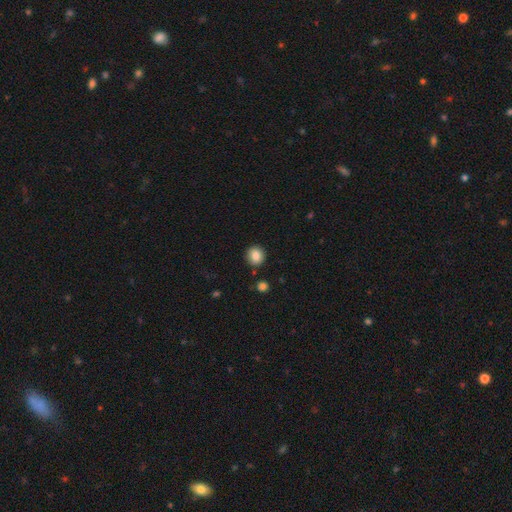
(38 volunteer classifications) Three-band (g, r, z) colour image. It shows a smooth galaxy with no disk features (92%) that is round (86%). Merging: none (97%).